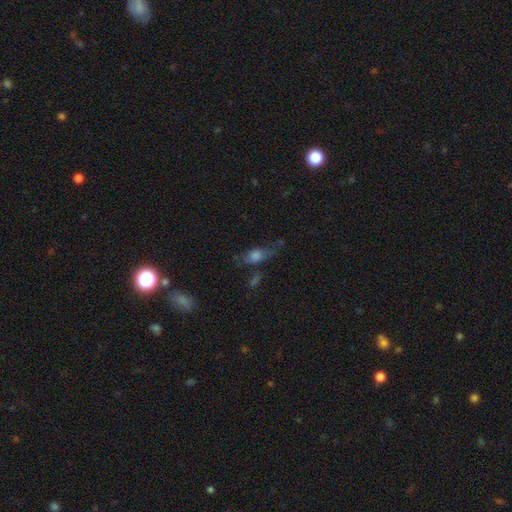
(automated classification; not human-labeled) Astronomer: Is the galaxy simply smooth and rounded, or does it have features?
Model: smooth — 54%.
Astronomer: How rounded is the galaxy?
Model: in between — 59%.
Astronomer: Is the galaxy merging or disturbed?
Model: none — 45% (runner-up: minor disturbance, 25%).